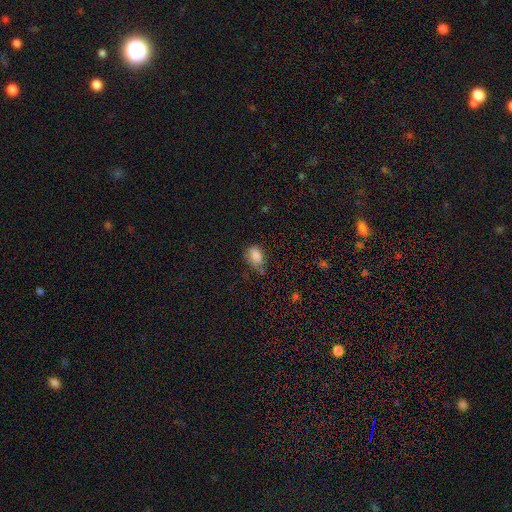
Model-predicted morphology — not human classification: The model was most divided on "merging": none: 49%, minor disturbance: 36%, major disturbance: 11%, merger: 4%. More confident: how rounded — in between (83%); smooth or featured — smooth (82%).